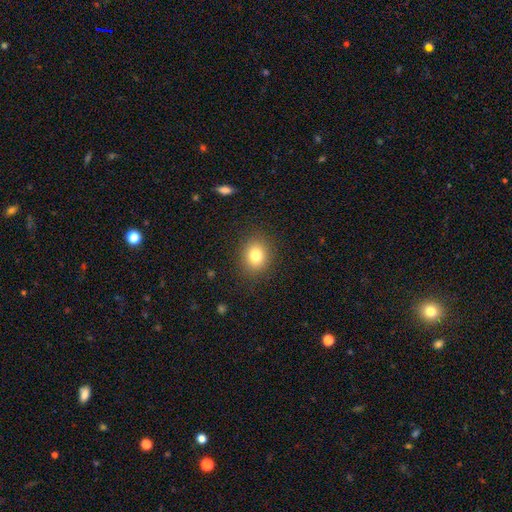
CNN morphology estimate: This appears to be a smooth galaxy with no disk features (80%) that is round (67%). Merging: none (88%).